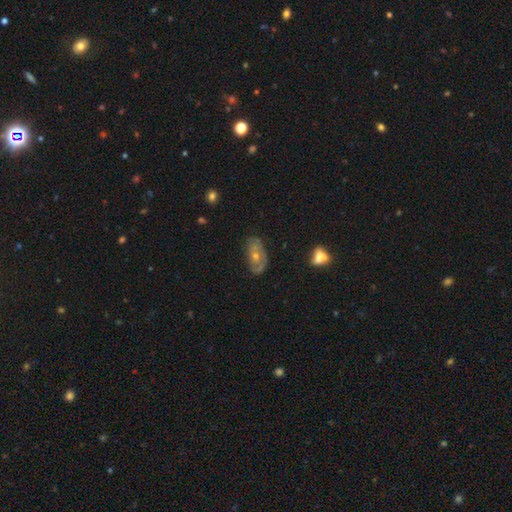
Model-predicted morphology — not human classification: type=featured or disk (60%); edge-on=no (91%); bar=no (80%); spiral arms=yes (64%); bulge=moderate (51%); merging=none (72%).